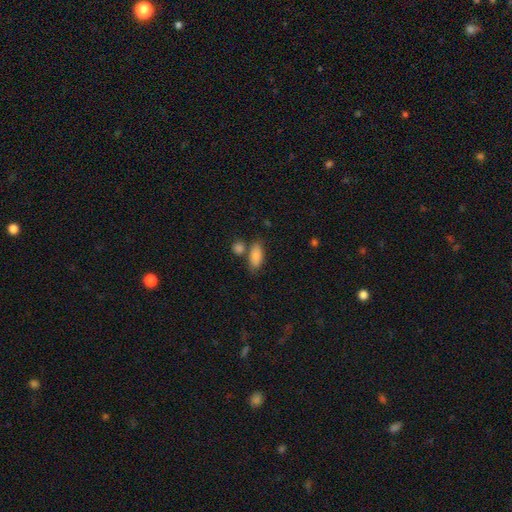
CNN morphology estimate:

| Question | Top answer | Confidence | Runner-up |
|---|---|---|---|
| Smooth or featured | smooth | 86% | featured or disk (7%) |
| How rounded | in between | 84% | cigar-shaped (12%) |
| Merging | none | 64% | merger (17%) |